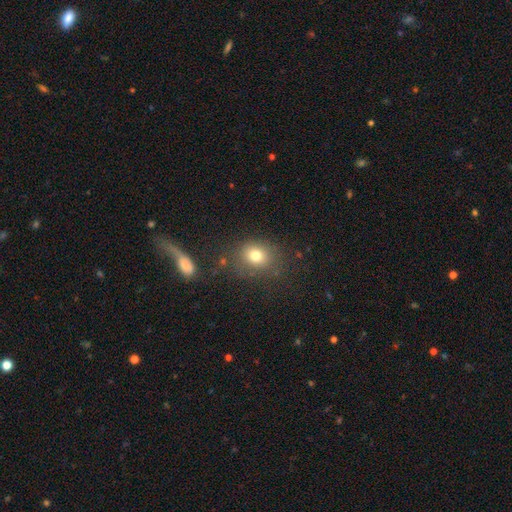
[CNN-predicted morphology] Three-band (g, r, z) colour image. It shows a smooth galaxy with no disk features (77%) that is round (65%). Merging: none (72%).